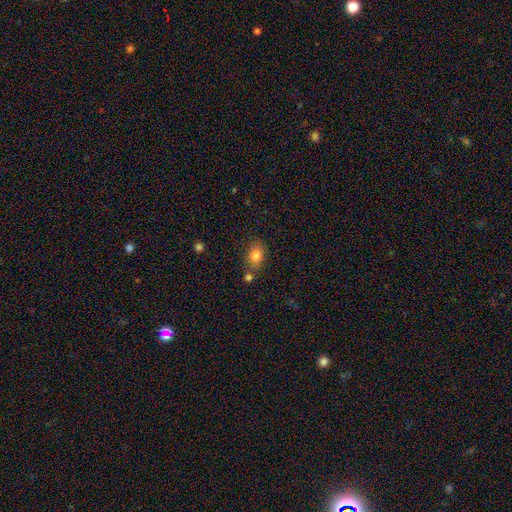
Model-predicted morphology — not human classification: smooth 82%, star or artifact 10%, featured or disk 8%. Down the decision tree: how rounded — in between (70%); merging — none (67%).